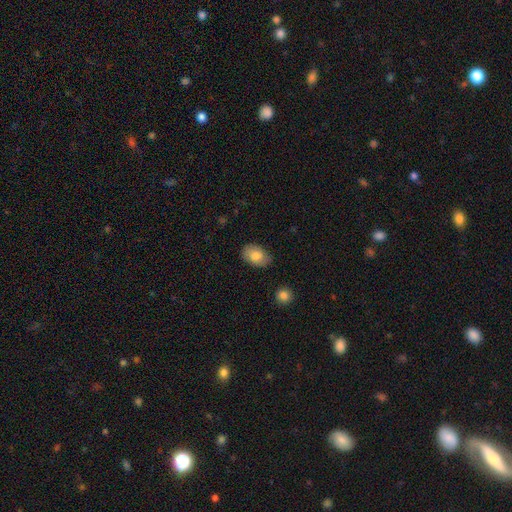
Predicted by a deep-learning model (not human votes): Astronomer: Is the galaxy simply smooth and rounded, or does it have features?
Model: smooth — 81%.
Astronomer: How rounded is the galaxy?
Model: in between — 85%.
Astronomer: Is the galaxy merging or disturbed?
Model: none — 81%.